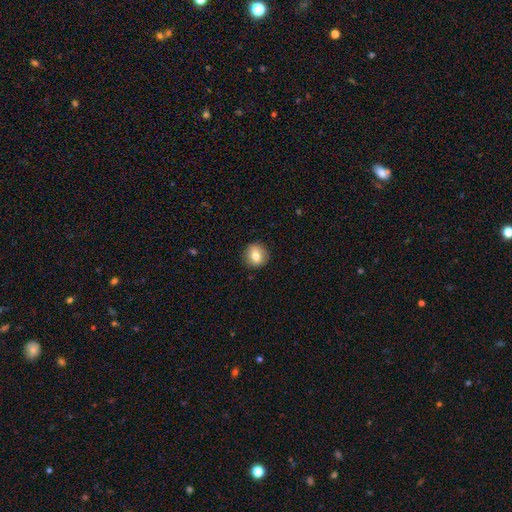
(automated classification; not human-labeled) smooth_or_featured: smooth (p=0.77) [alt: featured or disk p=0.15]
how_rounded: round (p=0.82) [alt: in between p=0.17]
merging: none (p=0.89) [alt: minor disturbance p=0.08]